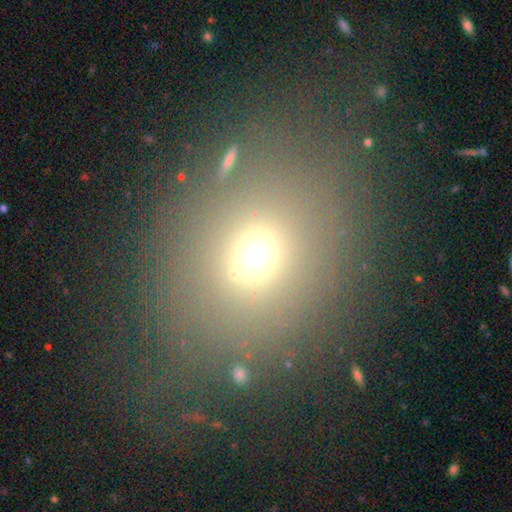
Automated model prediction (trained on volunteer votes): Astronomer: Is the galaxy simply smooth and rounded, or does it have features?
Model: smooth — 64%.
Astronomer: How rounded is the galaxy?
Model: round — 68%.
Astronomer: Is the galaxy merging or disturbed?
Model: none — 71%.